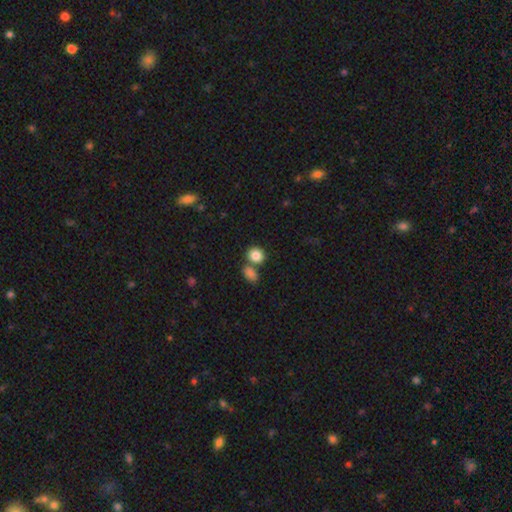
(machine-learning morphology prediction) This appears to be a smooth galaxy with no disk features (85%) that is round (66%). Merging: none (57%).